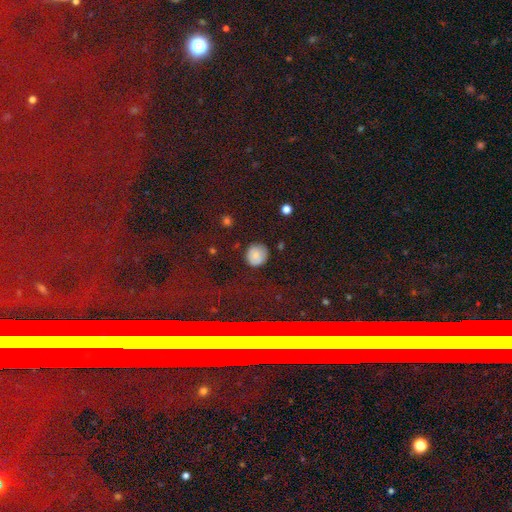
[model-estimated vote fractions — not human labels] The model was most divided on "smooth or featured": smooth: 77%, star or artifact: 15%, featured or disk: 9%. More confident: how rounded — round (89%); merging — none (84%).